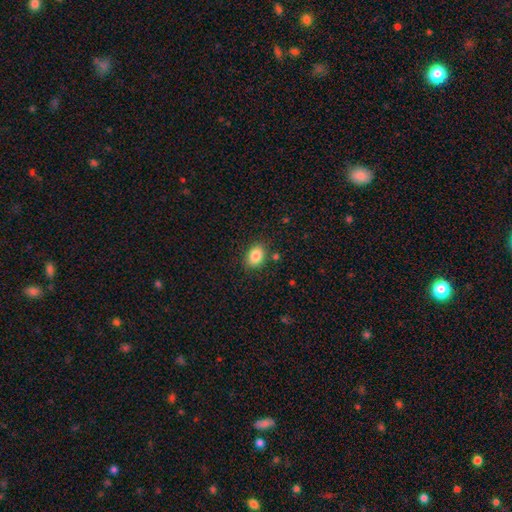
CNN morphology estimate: Smooth or featured? Predicted: smooth (p=0.85). How rounded? Predicted: in between (p=0.76). Merging? Predicted: none (p=0.82).